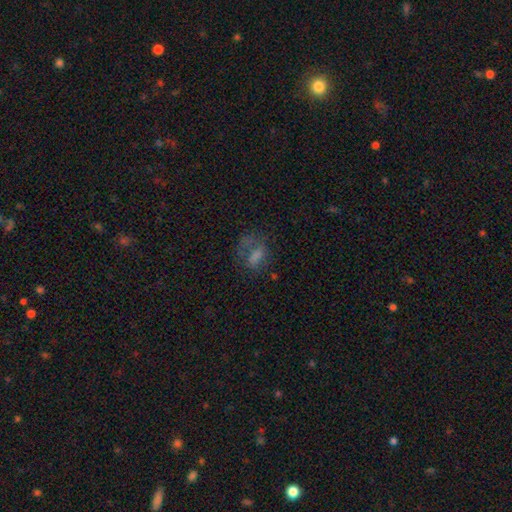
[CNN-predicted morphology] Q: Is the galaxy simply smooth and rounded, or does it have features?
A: smooth — 45%.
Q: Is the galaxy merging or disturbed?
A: none — 46%.